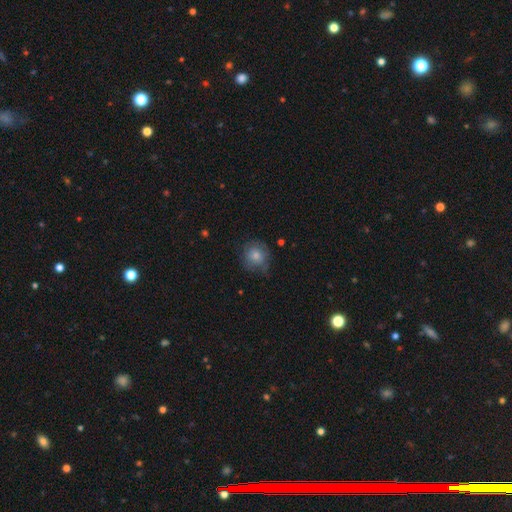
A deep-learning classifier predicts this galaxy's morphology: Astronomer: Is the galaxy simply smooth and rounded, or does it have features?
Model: smooth — 73%.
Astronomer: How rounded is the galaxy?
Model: round — 86%.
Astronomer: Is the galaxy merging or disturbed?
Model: none — 66%.